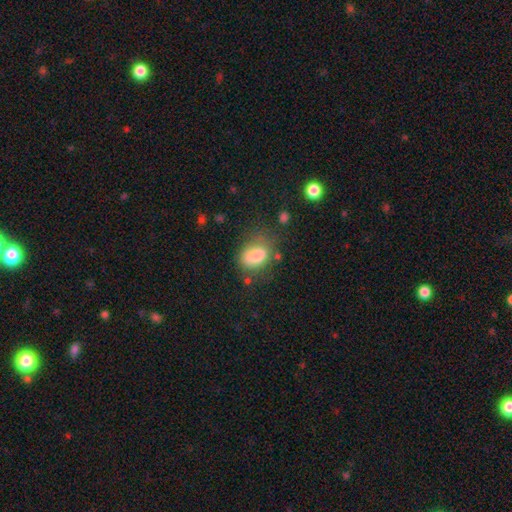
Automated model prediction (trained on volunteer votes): Smooth or featured? smooth (82%)
How rounded? in between (82%)
Merging? none (56%)